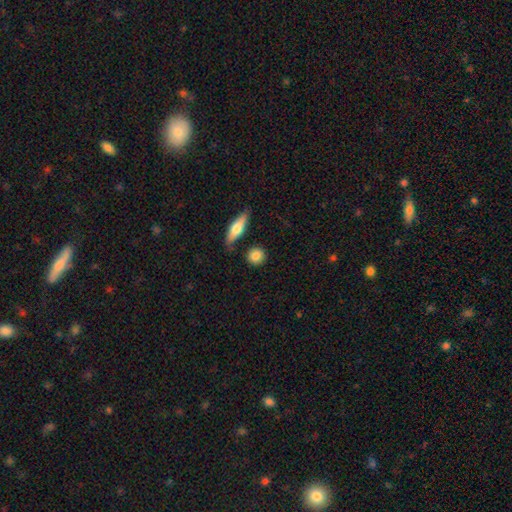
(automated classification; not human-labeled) Smooth or featured: smooth — 84% (featured or disk — 9%)
How rounded: round — 80% (in between — 16%)
Merging: none — 82% (minor disturbance — 10%)